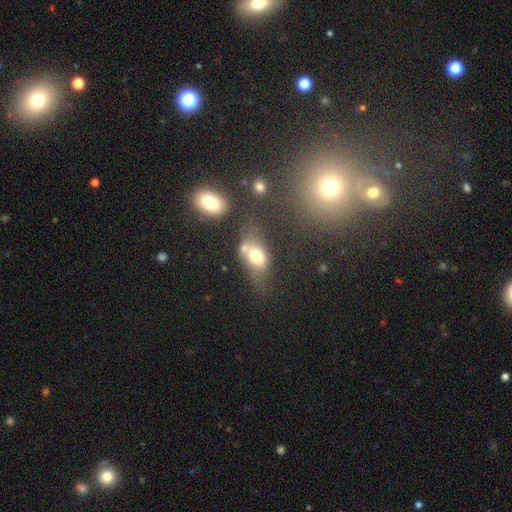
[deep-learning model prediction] The model was most divided on "merging": none: 37%, merger: 26%, minor disturbance: 21%, major disturbance: 15%. More confident: how rounded — in between (74%); smooth or featured — smooth (68%).